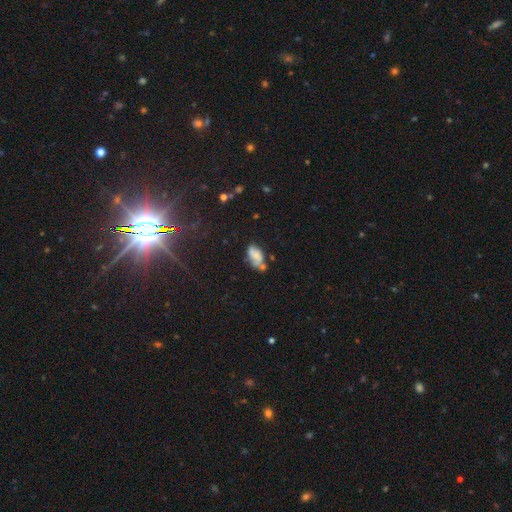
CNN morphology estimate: Overall: smooth (61%; featured or disk 27%). How rounded: in between (91%). Merging: none (41%; minor disturbance 28%).